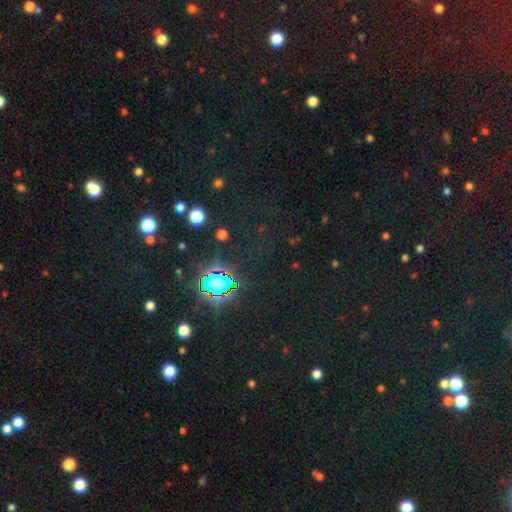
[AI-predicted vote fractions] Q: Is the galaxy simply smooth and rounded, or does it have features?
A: star or artifact — 79%.